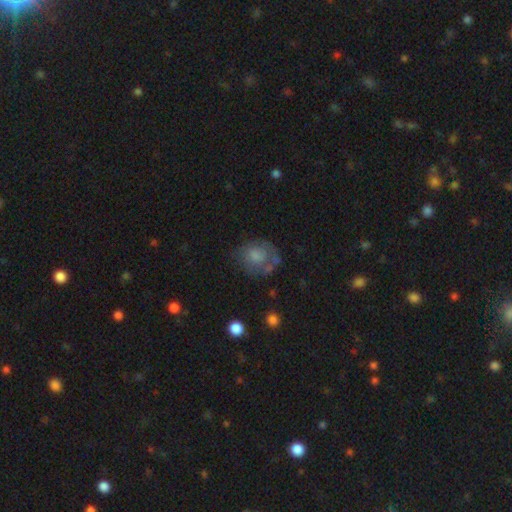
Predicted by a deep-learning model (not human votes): smooth_or_featured: smooth (p=0.59) [alt: featured or disk p=0.31]
how_rounded: round (p=0.67) [alt: in between p=0.32]
merging: none (p=0.48) [alt: minor disturbance p=0.24]